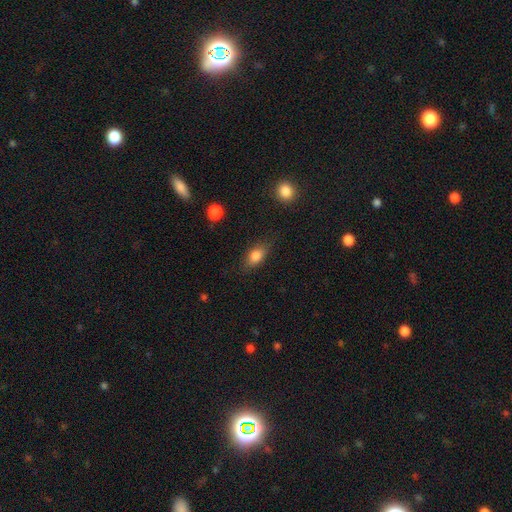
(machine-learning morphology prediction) smooth 82%, featured or disk 9%, star or artifact 9%. Down the decision tree: how rounded — in between (83%); merging — none (79%).